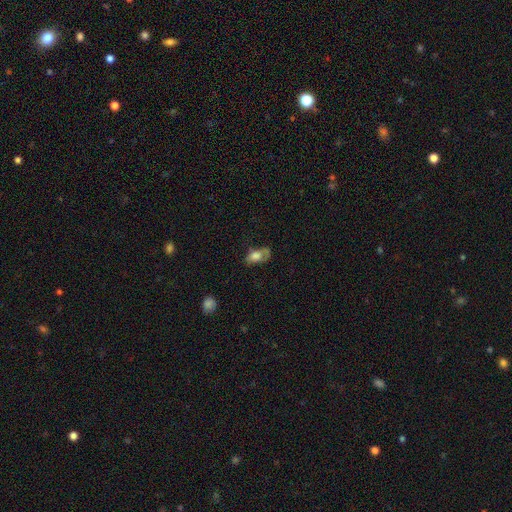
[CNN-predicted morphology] Smooth or featured? smooth (63%)
How rounded? in between (87%)
Merging? none (36%)